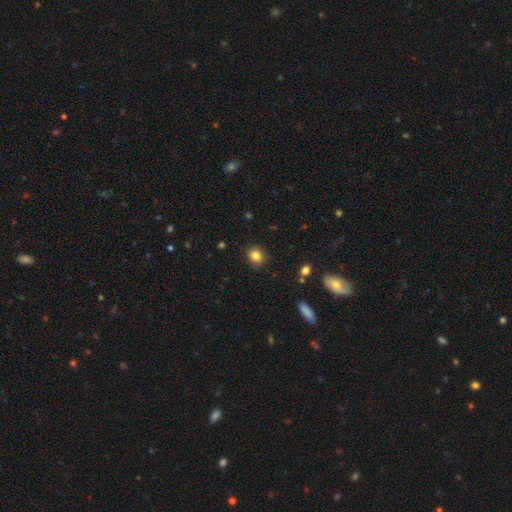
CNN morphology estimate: Smooth or featured? Predicted: smooth (p=0.84). How rounded? Predicted: round (p=0.76). Merging? Predicted: none (p=0.87).